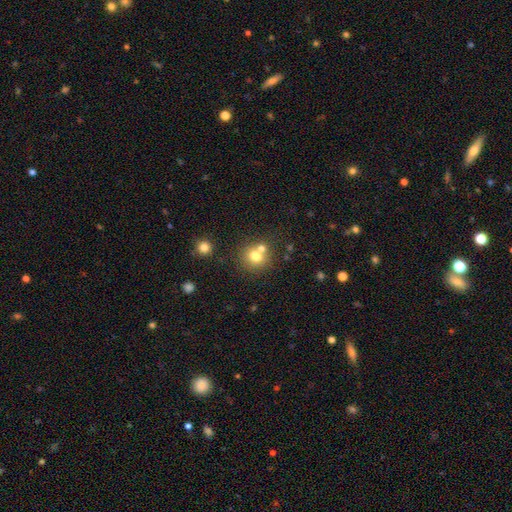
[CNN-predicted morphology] This is likely a smooth galaxy (73%). How rounded: clearly round (86%). Merging: possibly none (58%).